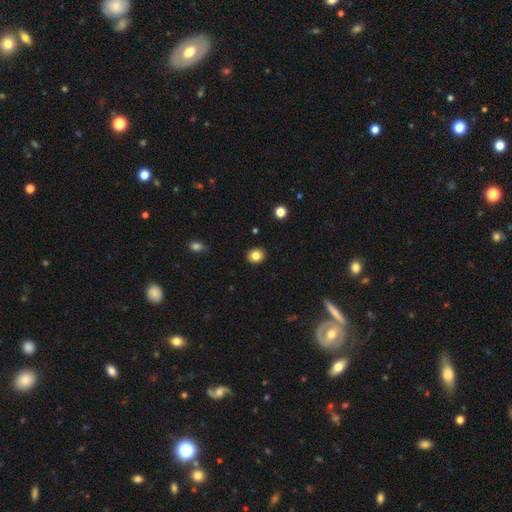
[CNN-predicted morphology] A smooth galaxy with no disk features (83%) that is round (69%). Merging: none (90%).